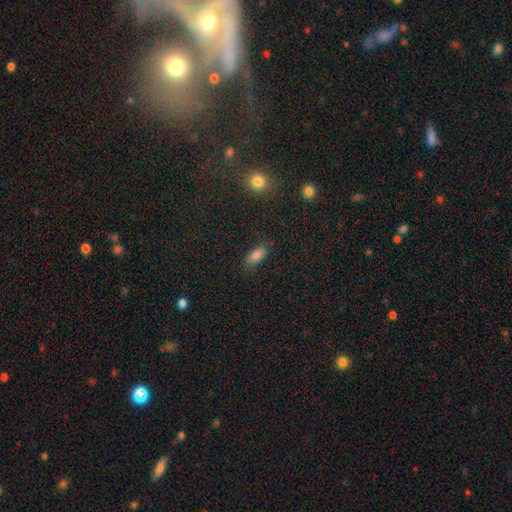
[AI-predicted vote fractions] smooth 80%, star or artifact 12%, featured or disk 7%. Down the decision tree: how rounded — in between (84%); merging — none (70%).